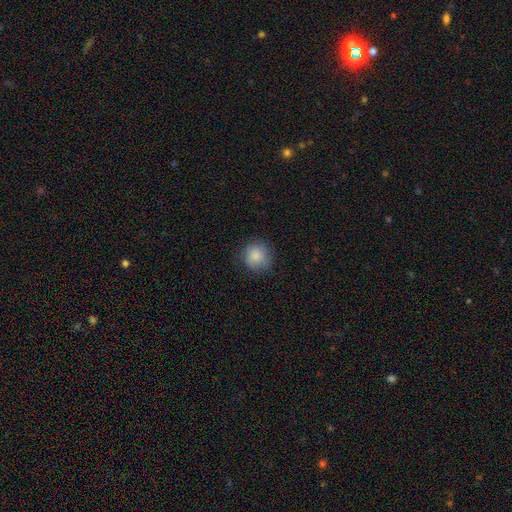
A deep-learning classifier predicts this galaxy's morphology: A smooth galaxy with no disk features (86%) that is round (91%). Merging: none (80%).